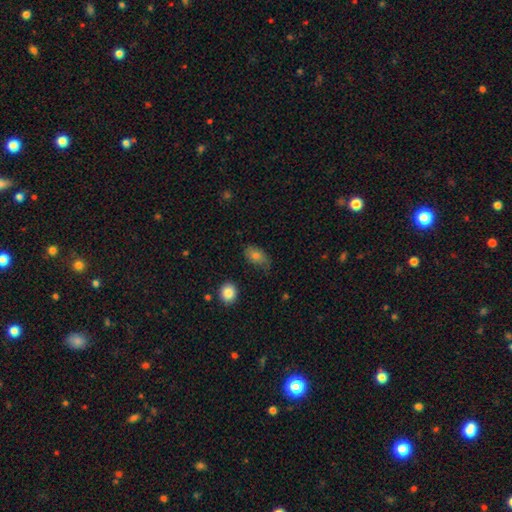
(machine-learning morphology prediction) The model was most divided on "merging": none: 57%, minor disturbance: 31%, major disturbance: 10%, merger: 2%. More confident: how rounded — in between (87%); smooth or featured — smooth (74%).